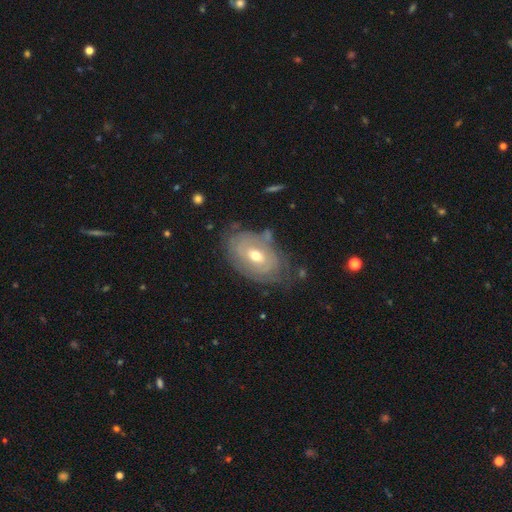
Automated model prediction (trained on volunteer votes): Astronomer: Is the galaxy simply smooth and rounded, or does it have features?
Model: featured or disk — 66%.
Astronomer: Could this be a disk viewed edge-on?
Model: no — 93%.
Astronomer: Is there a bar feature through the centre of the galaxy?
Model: no — 54% (runner-up: weak, 37%).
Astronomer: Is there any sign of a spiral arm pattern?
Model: yes — 65%.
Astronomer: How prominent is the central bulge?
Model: moderate — 65%.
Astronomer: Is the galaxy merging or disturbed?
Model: none — 63%.